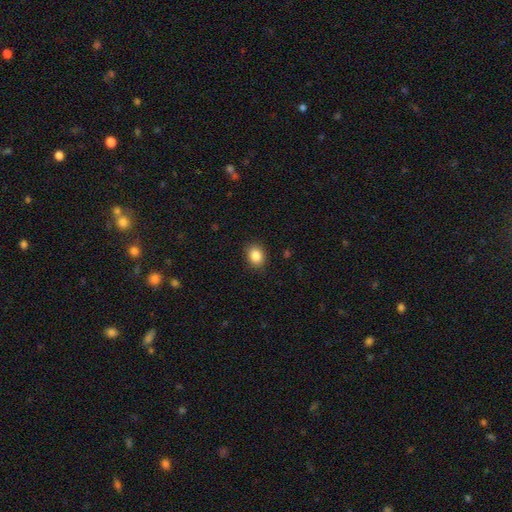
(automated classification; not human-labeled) Q: Smooth or featured?
A: smooth (86%); runner-up: star or artifact (9%)
Q: How rounded?
A: in between (52%); runner-up: round (47%)
Q: Merging?
A: none (88%); runner-up: minor disturbance (8%)